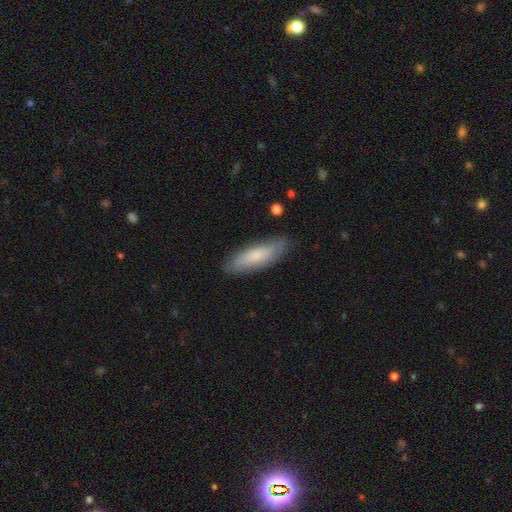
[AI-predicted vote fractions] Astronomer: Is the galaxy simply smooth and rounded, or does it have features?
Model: smooth — 72%.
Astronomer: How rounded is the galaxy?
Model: in between — 51% (runner-up: cigar-shaped, 47%).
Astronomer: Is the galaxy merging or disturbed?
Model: none — 82%.